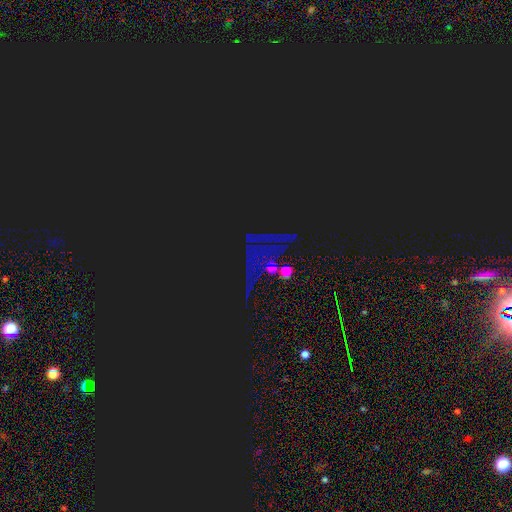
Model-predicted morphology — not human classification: smooth_or_featured: star or artifact (p=0.76) [alt: featured or disk p=0.12]